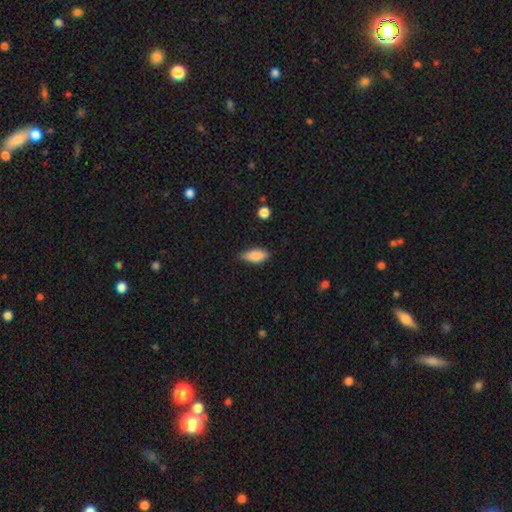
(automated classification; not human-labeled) Smooth or featured? smooth (83%)
How rounded? in between (77%)
Merging? none (76%)